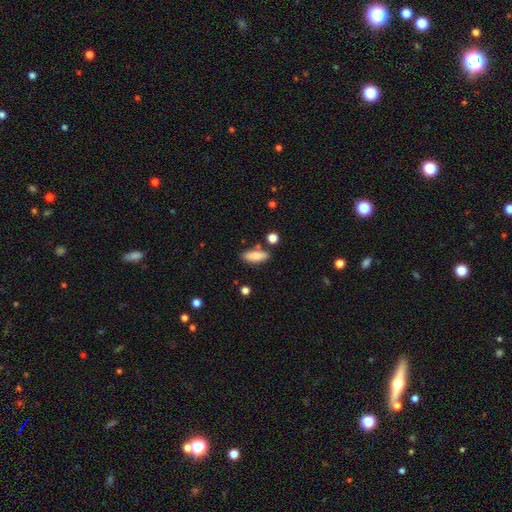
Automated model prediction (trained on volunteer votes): Smooth or featured? Predicted: smooth (p=0.83). How rounded? Predicted: in between (p=0.65). Merging? Predicted: none (p=0.78).